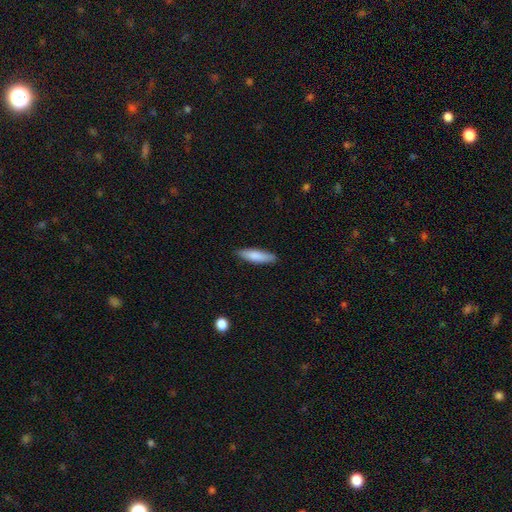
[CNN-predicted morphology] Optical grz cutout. It shows a smooth galaxy with no disk features (82%) that is cigar-shaped (69%). Merging: none (88%).